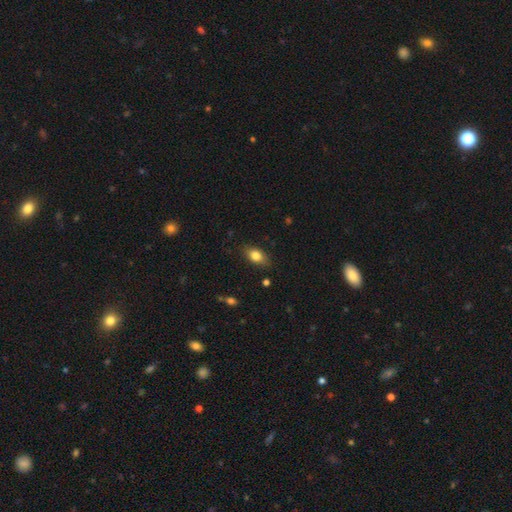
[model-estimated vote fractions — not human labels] Smooth or featured: smooth — 80% (featured or disk — 12%)
How rounded: in between — 85% (round — 9%)
Merging: none — 83% (minor disturbance — 13%)